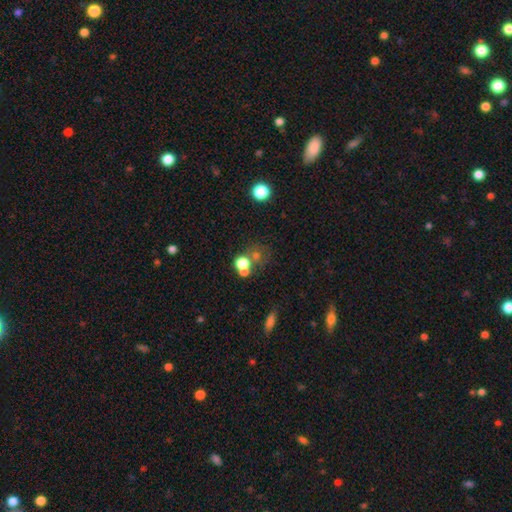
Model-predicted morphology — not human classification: A smooth galaxy with no disk features (56%) that is round (81%).

Vote fractions:
- Smooth or featured? smooth: 56% / star or artifact: 29% / featured or disk: 15%
- How rounded? round: 81% / in between: 18% / cigar-shaped: 1%
- Merging? none: 51% / merger: 33% / minor disturbance: 10% / major disturbance: 7%